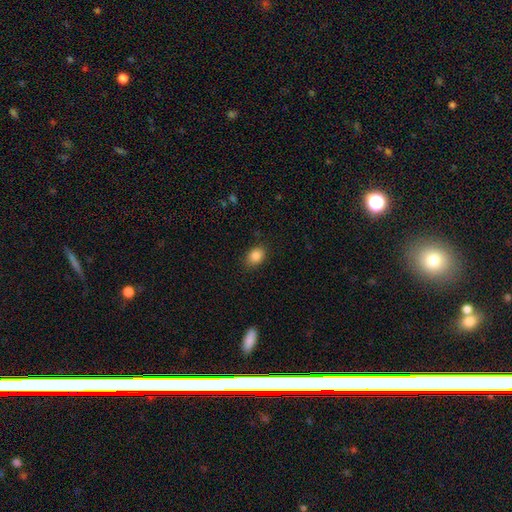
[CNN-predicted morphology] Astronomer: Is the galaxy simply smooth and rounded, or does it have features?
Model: smooth — 86%.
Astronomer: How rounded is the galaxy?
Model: in between — 71%.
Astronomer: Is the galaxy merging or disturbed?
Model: none — 85%.